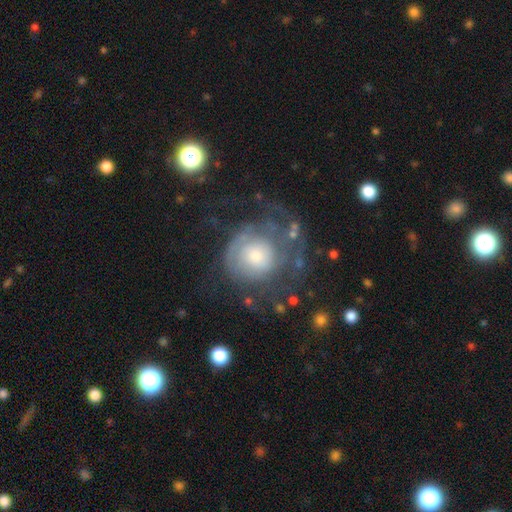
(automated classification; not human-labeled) Smooth or featured? featured or disk (62%)
Edge-on disk? no (97%)
Bar? no (81%)
Spiral arms? yes (71%)
Bulge size? moderate (48%)
Merging? none (47%)